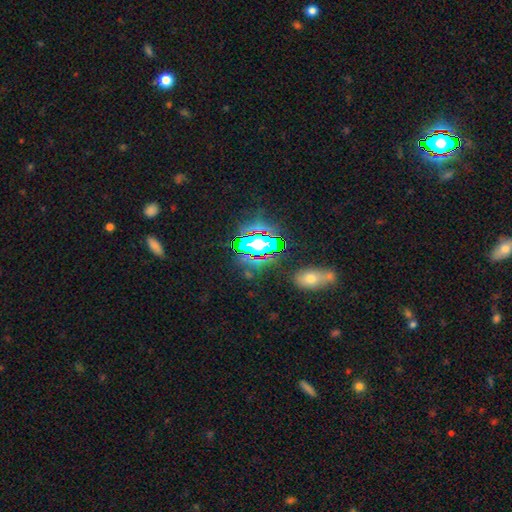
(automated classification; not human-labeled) A star or artifact, not a galaxy (67%).